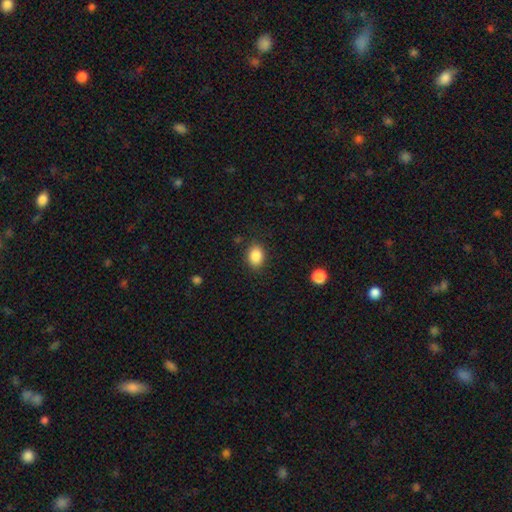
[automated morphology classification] Smooth or featured?
  - smooth: 87% *
  - star or artifact: 9%
  - featured or disk: 4%
How rounded?
  - in between: 65% *
  - round: 34%
  - cigar-shaped: 1%
Merging?
  - none: 85% *
  - minor disturbance: 11%
  - major disturbance: 3%
  - merger: 2%